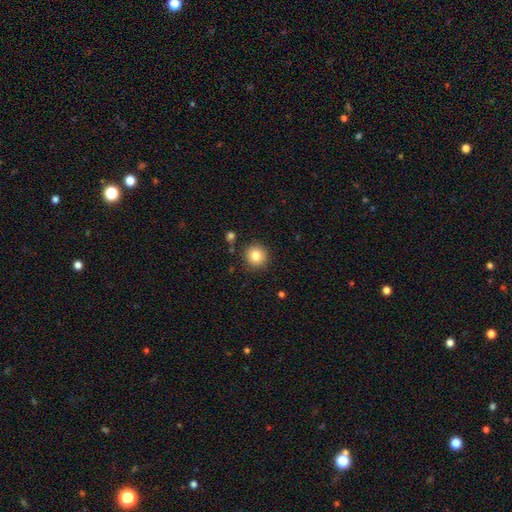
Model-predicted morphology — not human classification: Smooth or featured?
  - smooth: 82% *
  - star or artifact: 10%
  - featured or disk: 7%
How rounded?
  - round: 94% *
  - in between: 5%
  - cigar-shaped: 1%
Merging?
  - none: 88% *
  - minor disturbance: 7%
  - merger: 3%
  - major disturbance: 2%